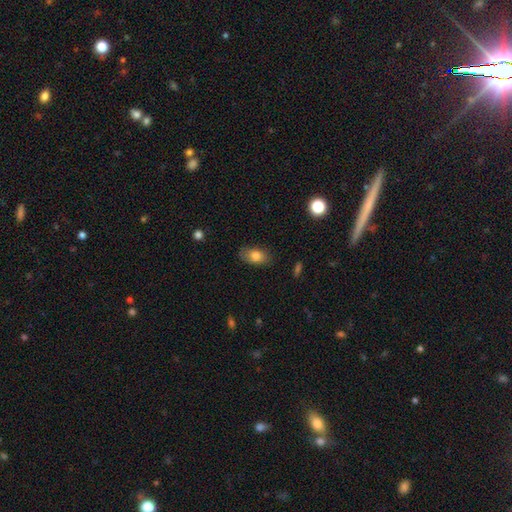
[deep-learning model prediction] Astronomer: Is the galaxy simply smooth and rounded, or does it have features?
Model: smooth — 78%.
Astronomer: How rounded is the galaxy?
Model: in between — 88%.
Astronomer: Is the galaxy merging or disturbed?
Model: none — 80%.